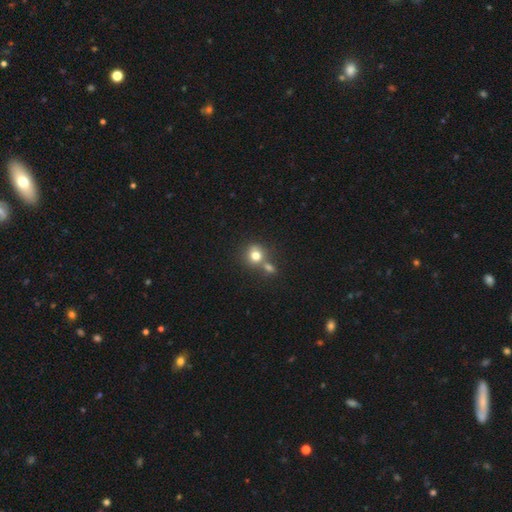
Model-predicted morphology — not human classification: Smooth or featured? smooth (78%)
How rounded? round (85%)
Merging? none (49%)